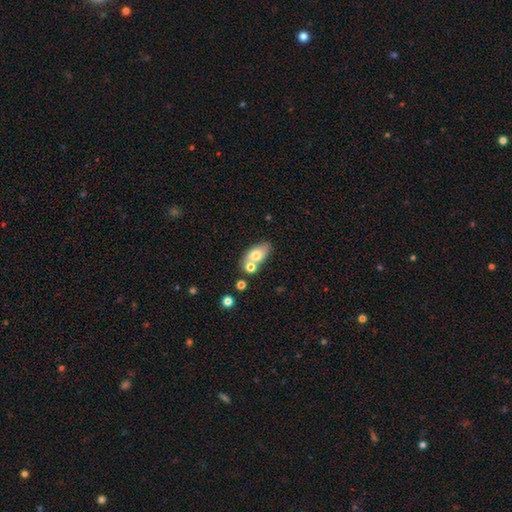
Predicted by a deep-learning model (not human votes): smooth-or-featured: smooth: 69% | featured or disk: 23% | star or artifact: 8%
  how-rounded: in between: 85% | round: 11% | cigar-shaped: 4%
  merging: none: 47% | merger: 36% | minor disturbance: 13% | major disturbance: 4%